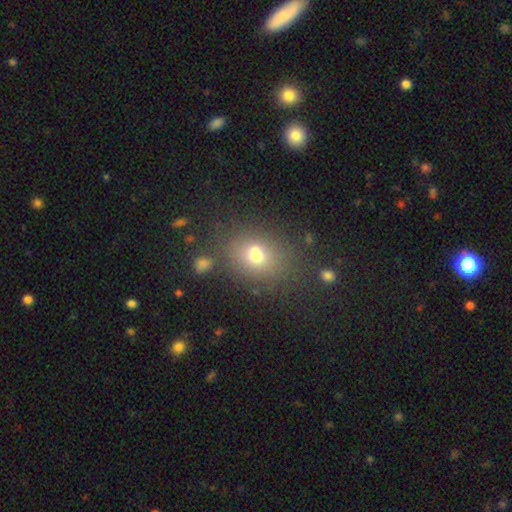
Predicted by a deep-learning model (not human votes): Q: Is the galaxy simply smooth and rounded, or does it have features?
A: smooth — 68%.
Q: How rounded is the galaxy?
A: round — 52%.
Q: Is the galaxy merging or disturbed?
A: none — 63%.